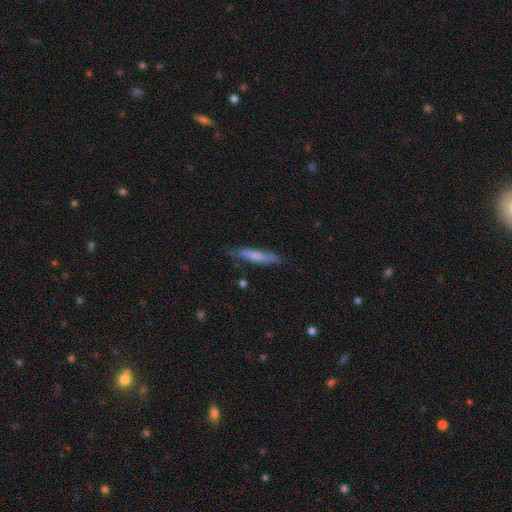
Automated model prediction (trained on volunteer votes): Morphology: type=smooth (63%); roundness=cigar-shaped (86%); merging=none (69%).